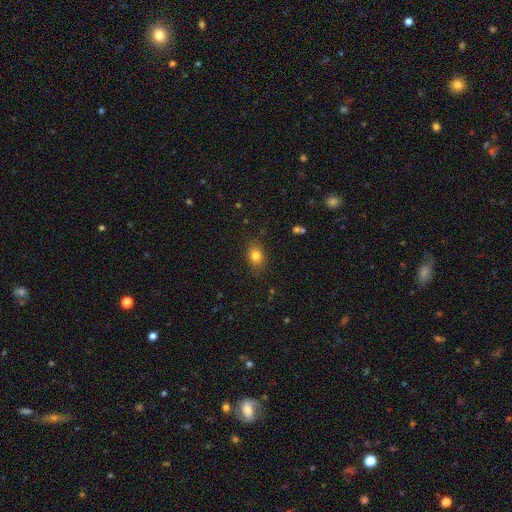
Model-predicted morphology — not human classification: A smooth galaxy with no disk features (81%) that is in between round and cigar-shaped (65%).

Vote fractions:
- Smooth or featured? smooth: 81% / star or artifact: 11% / featured or disk: 8%
- How rounded? in between: 65% / round: 34% / cigar-shaped: 2%
- Merging? none: 83% / minor disturbance: 12% / major disturbance: 3% / merger: 1%